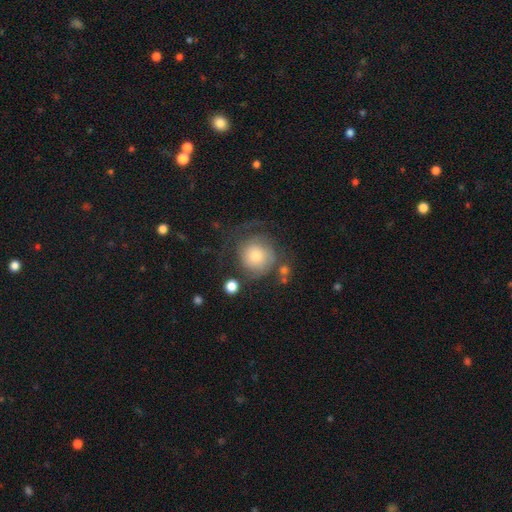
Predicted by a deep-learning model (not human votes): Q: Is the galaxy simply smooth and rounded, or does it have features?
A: smooth — 47%.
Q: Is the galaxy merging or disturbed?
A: none — 52%.